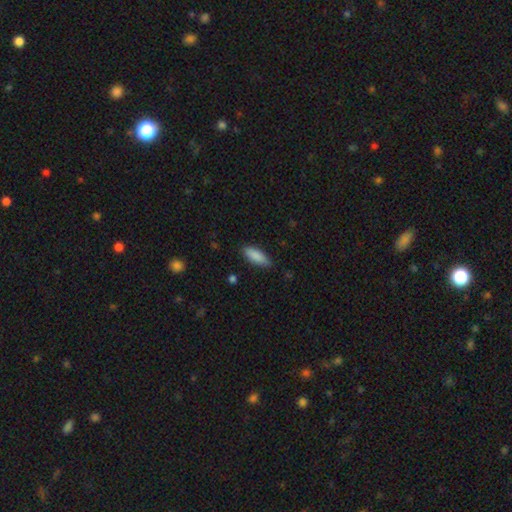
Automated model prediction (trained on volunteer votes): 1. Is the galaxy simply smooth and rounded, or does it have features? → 88% smooth, 6% star or artifact, 6% featured or disk.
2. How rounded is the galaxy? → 66% in between, 32% cigar-shaped, 2% round.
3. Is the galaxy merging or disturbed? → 84% none, 13% minor disturbance, 2% major disturbance, 1% merger.